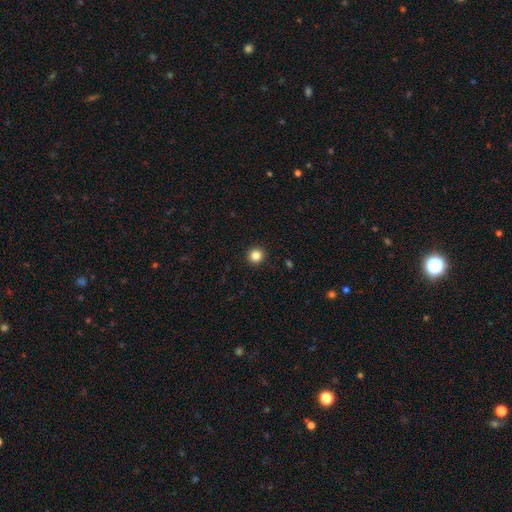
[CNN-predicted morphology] type=smooth (84%); roundness=round (94%); merging=none (93%).